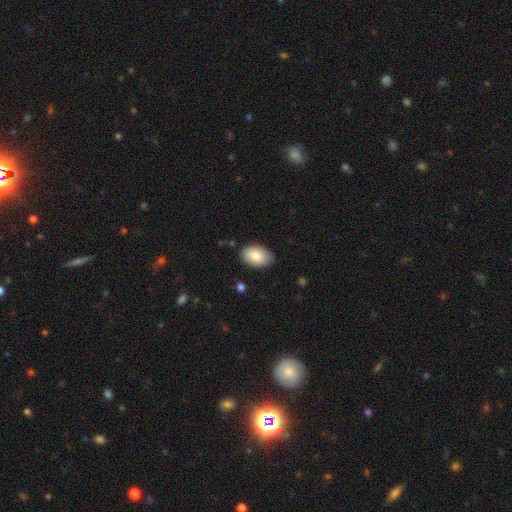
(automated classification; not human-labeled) smooth_or_featured: smooth (p=0.86) [alt: featured or disk p=0.08]
how_rounded: in between (p=0.91) [alt: round p=0.08]
merging: none (p=0.83) [alt: minor disturbance p=0.13]